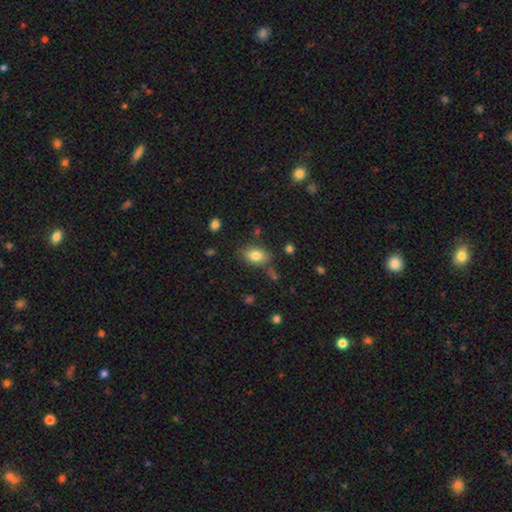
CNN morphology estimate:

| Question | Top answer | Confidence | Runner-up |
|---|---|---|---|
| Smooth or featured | smooth | 81% | featured or disk (10%) |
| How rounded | in between | 85% | round (14%) |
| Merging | none | 76% | minor disturbance (16%) |